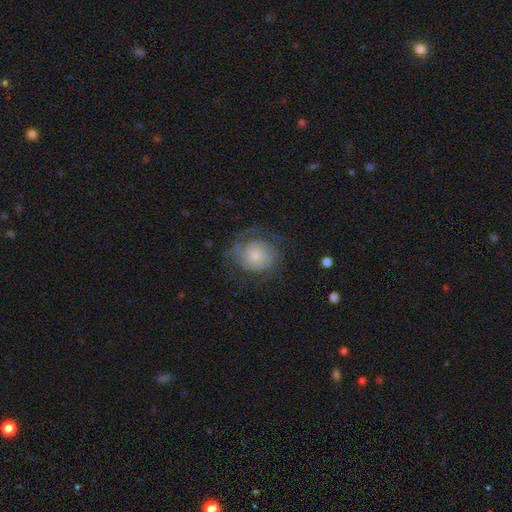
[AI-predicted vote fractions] Smooth or featured? Predicted: featured or disk (p=0.60). Edge-on disk? Predicted: no (p=0.97). Bar? Predicted: no (p=0.80). Spiral arms? Predicted: yes (p=0.83). Bulge size? Predicted: small (p=0.58). Merging? Predicted: none (p=0.63).